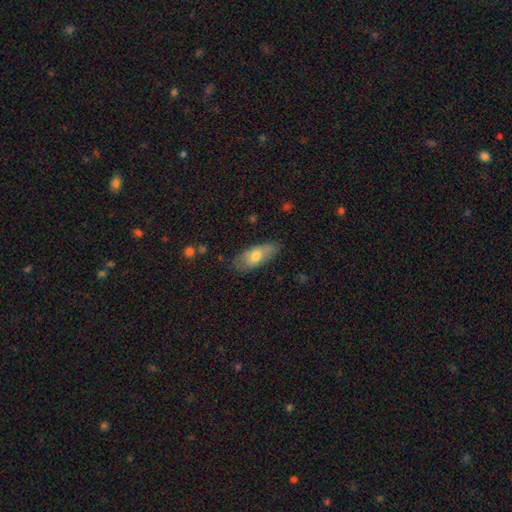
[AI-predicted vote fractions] A smooth galaxy with no disk features (65%) that is in between round and cigar-shaped (79%). Merging: none (76%).